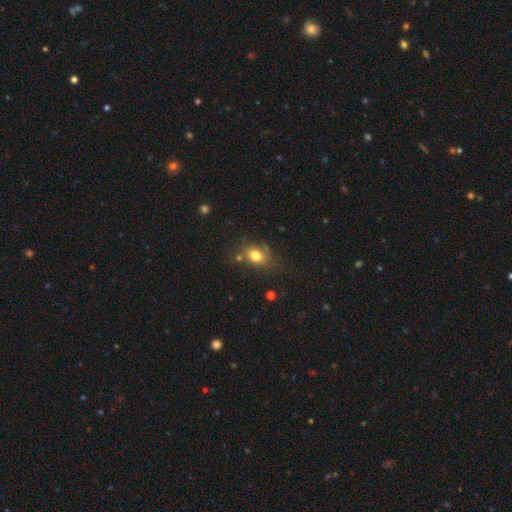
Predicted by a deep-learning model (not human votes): A smooth galaxy with no disk features (78%) that is in between round and cigar-shaped (59%). Merging: none (65%).